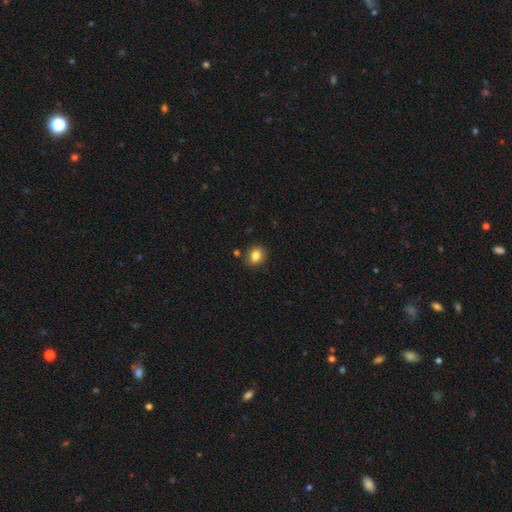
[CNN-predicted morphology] Overall: smooth (84%). How rounded: round (56%; in between 43%). Merging: none (84%).